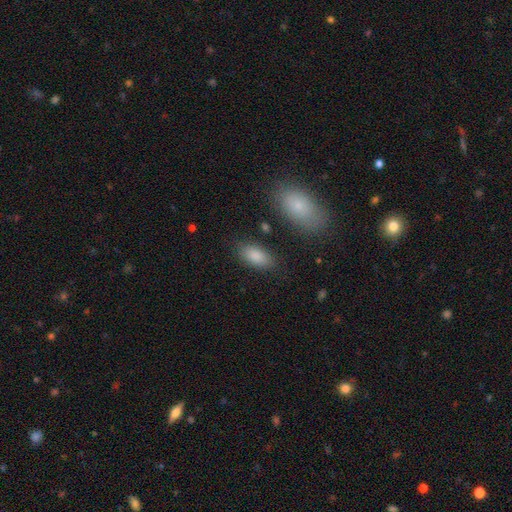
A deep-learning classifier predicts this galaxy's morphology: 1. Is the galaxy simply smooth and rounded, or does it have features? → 86% smooth, 7% featured or disk, 7% star or artifact.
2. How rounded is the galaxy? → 91% in between, 6% cigar-shaped, 3% round.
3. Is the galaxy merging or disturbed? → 81% none, 12% minor disturbance, 4% major disturbance, 4% merger.